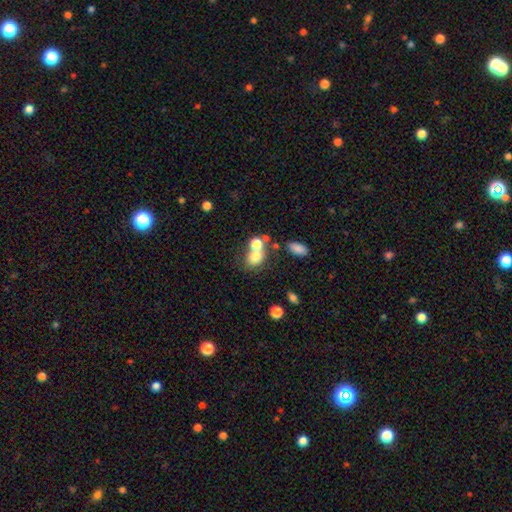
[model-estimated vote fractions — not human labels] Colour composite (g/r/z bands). It shows a smooth galaxy with no disk features (74%) that is round (57%). Merging: merger (45%).